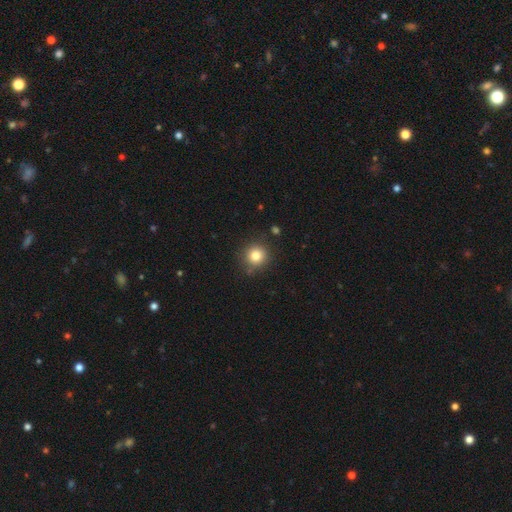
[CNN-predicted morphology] Smooth or featured: smooth — 81% (star or artifact — 11%)
How rounded: round — 92% (in between — 7%)
Merging: none — 85% (minor disturbance — 10%)